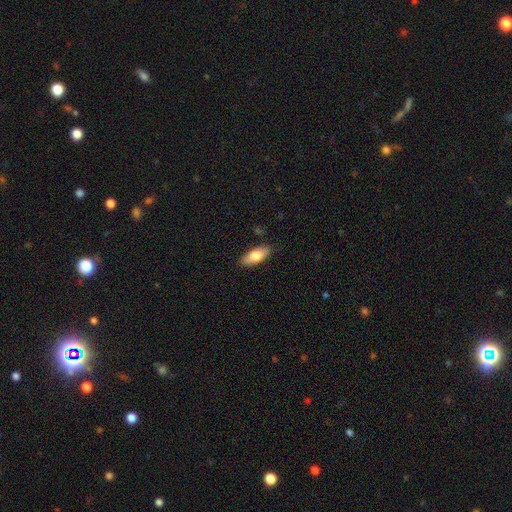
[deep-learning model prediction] This is likely a smooth galaxy (78%). How rounded: likely in between (80%). Merging: clearly none (86%).